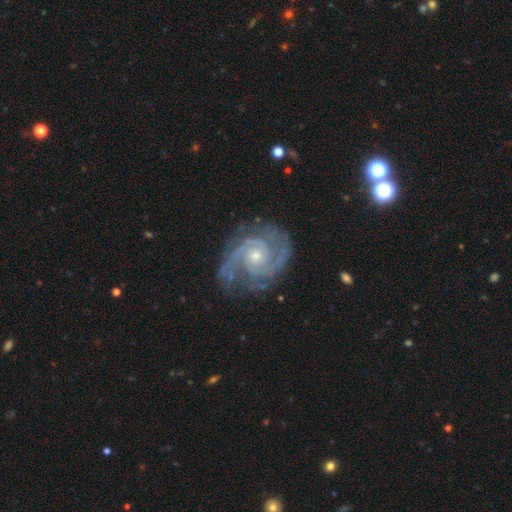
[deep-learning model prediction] featured or disk 93%, star or artifact 4%, smooth 3%. Down the decision tree: edge-on disk — no (98%); bar — no (70%); spiral arms — yes (99%); spiral arm count — 2 (67%); spiral winding — tight (55%); bulge size — small (61%); merging — none (77%).